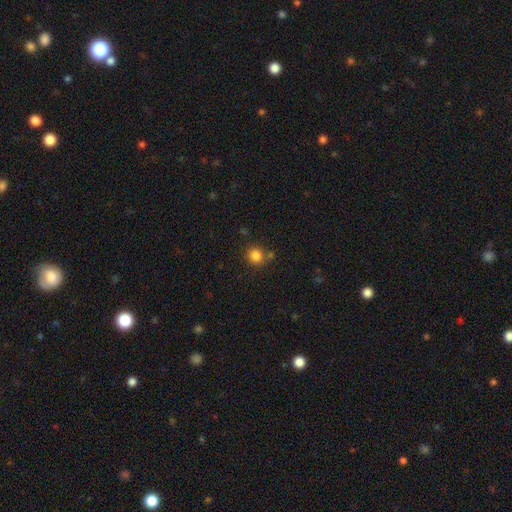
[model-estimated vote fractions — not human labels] smooth 84%, star or artifact 12%, featured or disk 5%. Down the decision tree: how rounded — round (90%); merging — none (76%).